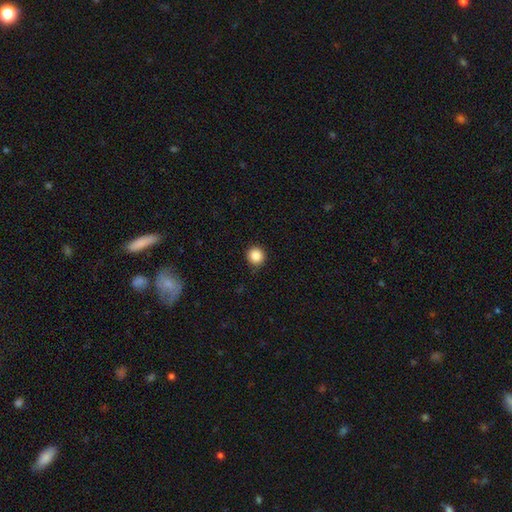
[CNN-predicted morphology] Overall: smooth (87%). How rounded: round (93%). Merging: none (90%).